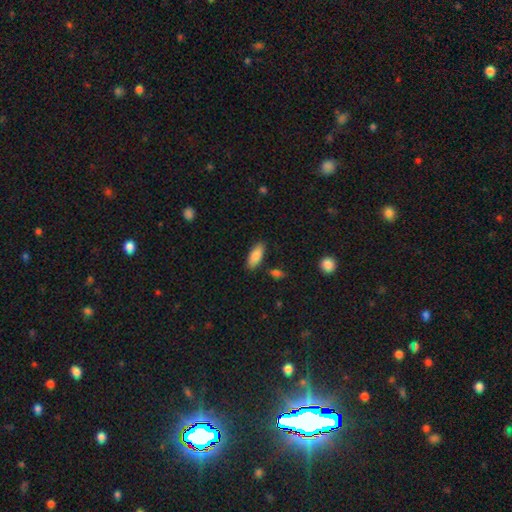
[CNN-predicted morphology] Overall: smooth (86%). How rounded: in between (79%). Merging: none (84%).